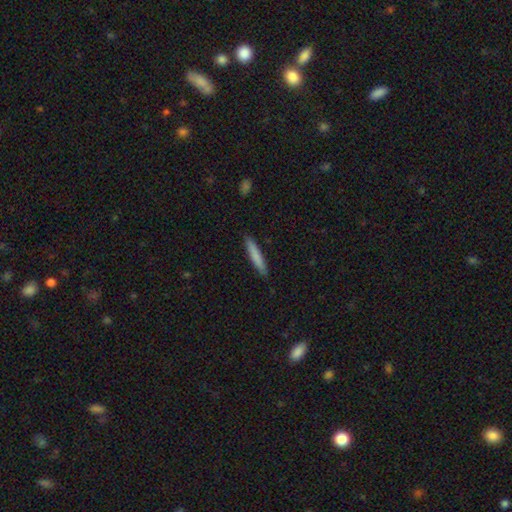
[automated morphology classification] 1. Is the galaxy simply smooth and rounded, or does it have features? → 80% smooth, 14% featured or disk, 6% star or artifact.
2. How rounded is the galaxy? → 92% cigar-shaped, 7% in between, 1% round.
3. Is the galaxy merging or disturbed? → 89% none, 9% minor disturbance, 2% major disturbance, 1% merger.